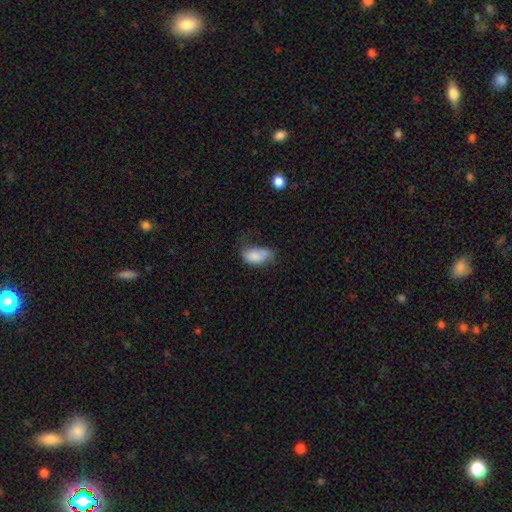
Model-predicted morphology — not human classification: smooth-or-featured: smooth: 82% | featured or disk: 11% | star or artifact: 8%
  how-rounded: in between: 93% | round: 5% | cigar-shaped: 2%
  merging: minor disturbance: 41% | none: 35% | major disturbance: 21% | merger: 4%